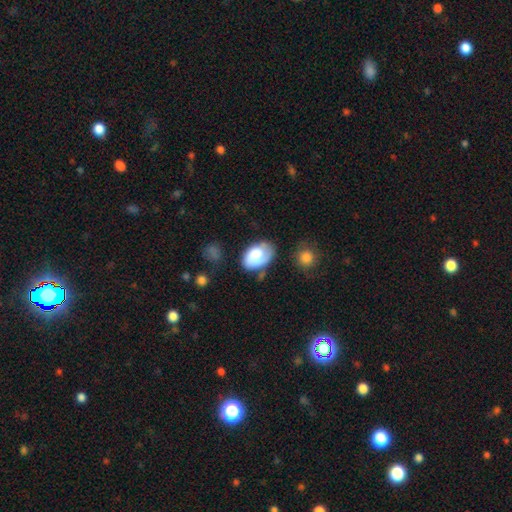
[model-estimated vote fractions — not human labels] A smooth galaxy with no disk features (64%) that is in between round and cigar-shaped (88%).

Vote fractions:
- Smooth or featured? smooth: 64% / featured or disk: 29% / star or artifact: 7%
- How rounded? in between: 88% / round: 11% / cigar-shaped: 1%
- Merging? none: 58% / minor disturbance: 27% / major disturbance: 10% / merger: 5%